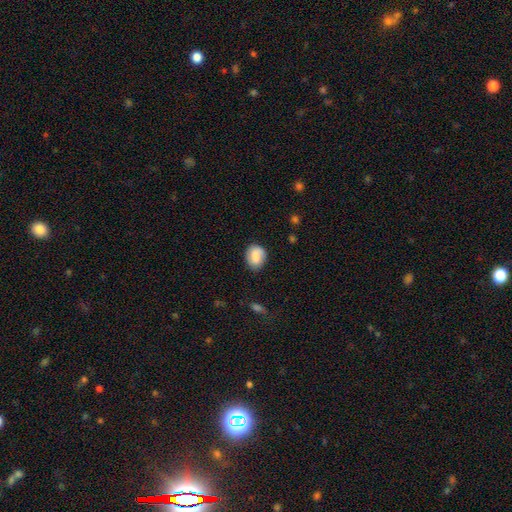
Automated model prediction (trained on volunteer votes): smooth_or_featured: smooth (p=0.74) [alt: featured or disk p=0.18]
how_rounded: round (p=0.50) [alt: in between p=0.49]
merging: none (p=0.76) [alt: minor disturbance p=0.17]